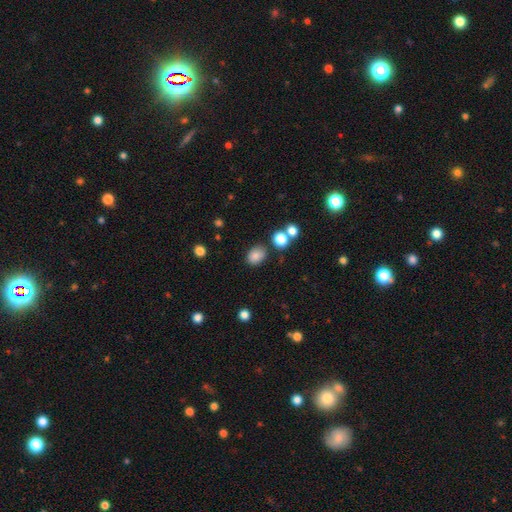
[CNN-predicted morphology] type=smooth (83%); roundness=in between (62%); merging=none (78%).